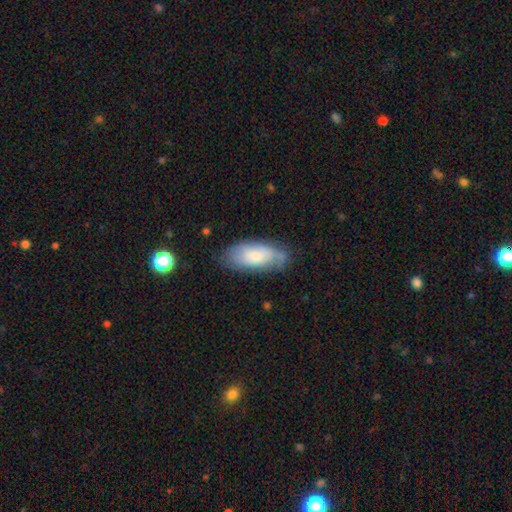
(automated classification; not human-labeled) A smooth galaxy with no disk features (66%) that is in between round and cigar-shaped (86%).

Vote fractions:
- Smooth or featured? smooth: 66% / featured or disk: 28% / star or artifact: 6%
- How rounded? in between: 86% / cigar-shaped: 12% / round: 2%
- Merging? none: 66% / minor disturbance: 25% / major disturbance: 7% / merger: 2%